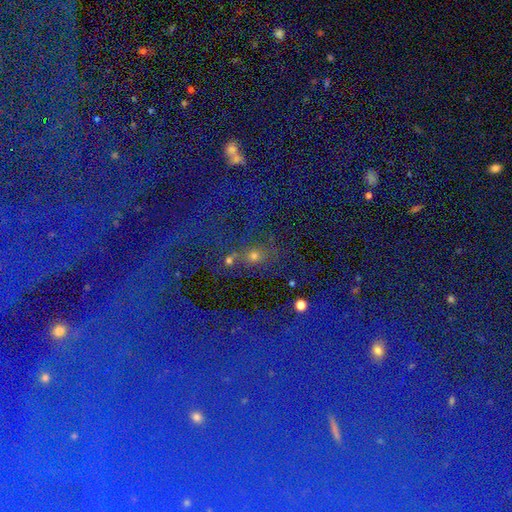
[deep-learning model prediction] The model was most divided on "smooth or featured": star or artifact: 69%, smooth: 19%, featured or disk: 11%.